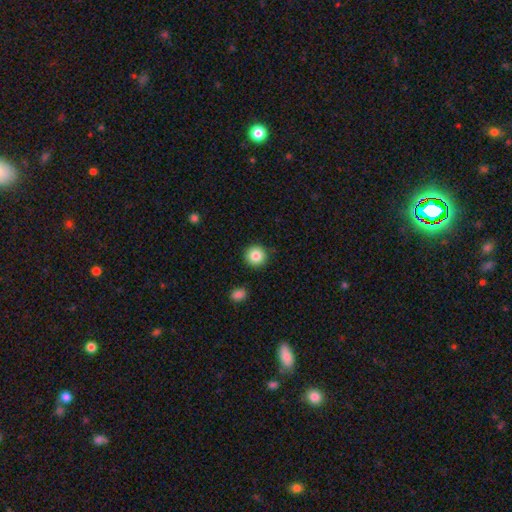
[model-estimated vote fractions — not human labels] smooth 85%, star or artifact 9%, featured or disk 6%. Down the decision tree: how rounded — round (95%); merging — none (90%).